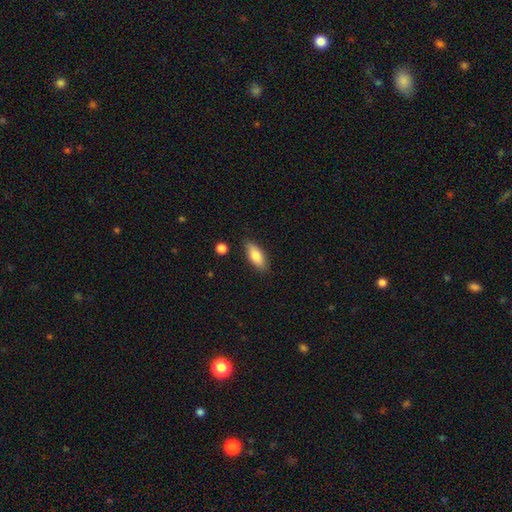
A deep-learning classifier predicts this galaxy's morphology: Q: Smooth or featured?
A: smooth (80%); runner-up: featured or disk (13%)
Q: How rounded?
A: in between (76%); runner-up: cigar-shaped (22%)
Q: Merging?
A: none (84%); runner-up: minor disturbance (11%)